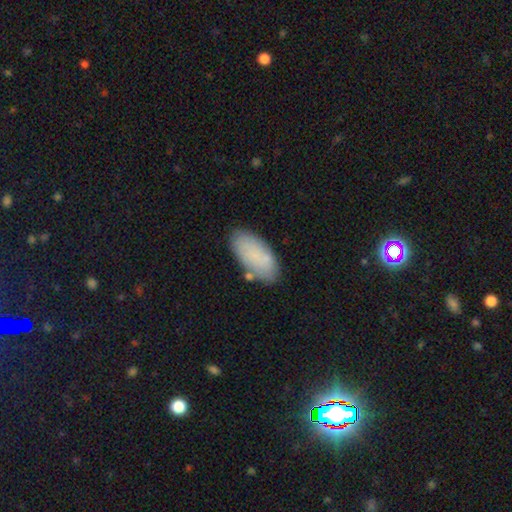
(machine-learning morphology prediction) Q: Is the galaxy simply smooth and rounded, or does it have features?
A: smooth — 81%.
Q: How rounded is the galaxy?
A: in between — 92%.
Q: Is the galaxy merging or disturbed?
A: none — 78%.